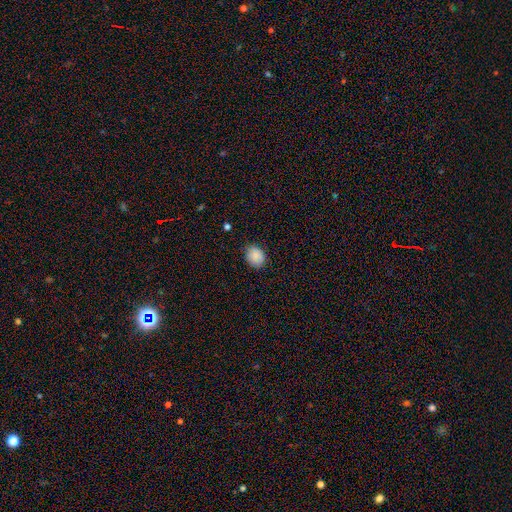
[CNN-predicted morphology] This appears to be a smooth galaxy with no disk features (88%) that is round (57%). Merging: none (82%).